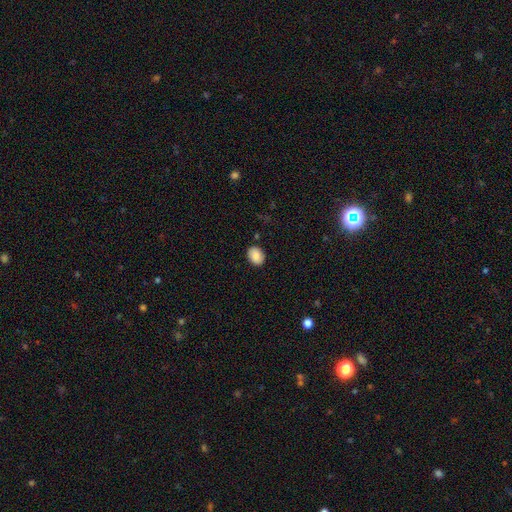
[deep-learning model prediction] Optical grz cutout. It shows a smooth galaxy with no disk features (88%) that is in between round and cigar-shaped (62%). Merging: none (87%).